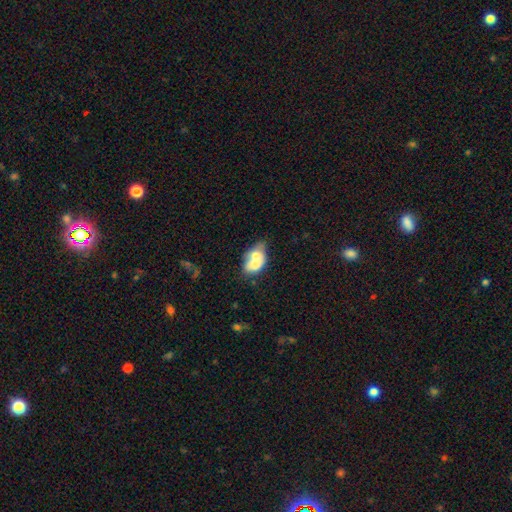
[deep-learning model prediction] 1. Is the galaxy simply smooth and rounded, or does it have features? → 62% smooth, 30% featured or disk, 8% star or artifact.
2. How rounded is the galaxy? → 78% in between, 20% round, 2% cigar-shaped.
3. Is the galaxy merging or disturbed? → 62% merger, 19% none, 12% minor disturbance, 7% major disturbance.